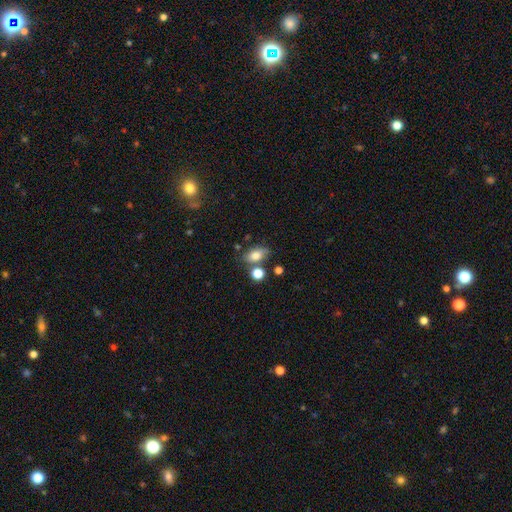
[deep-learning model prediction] This appears to be a smooth galaxy with no disk features (77%) that is in between round and cigar-shaped (80%). Merging: none (61%).